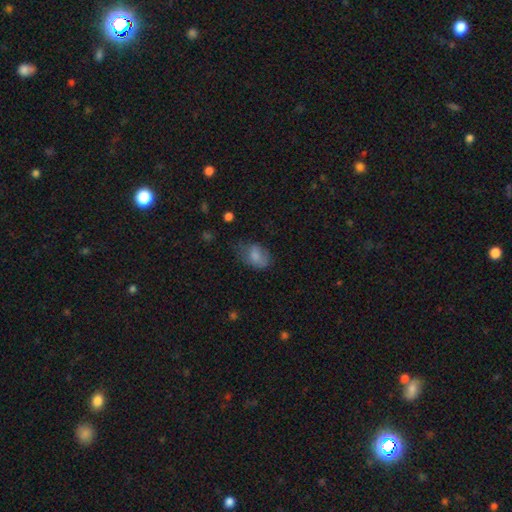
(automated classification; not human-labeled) Smooth or featured? smooth (75%)
How rounded? in between (82%)
Merging? none (43%)